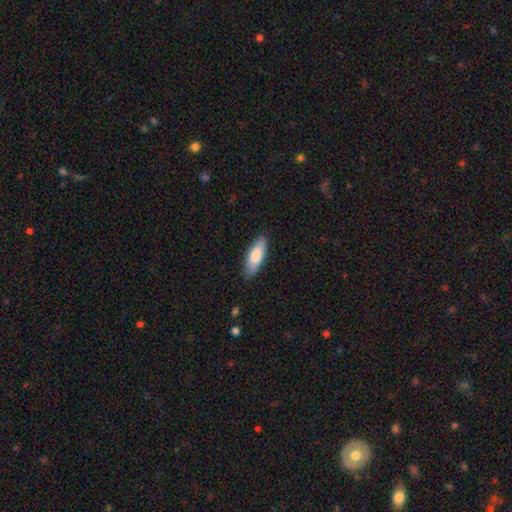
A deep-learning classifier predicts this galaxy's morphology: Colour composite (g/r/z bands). It shows a smooth galaxy with no disk features (79%) that is in between round and cigar-shaped (65%). Merging: none (86%).